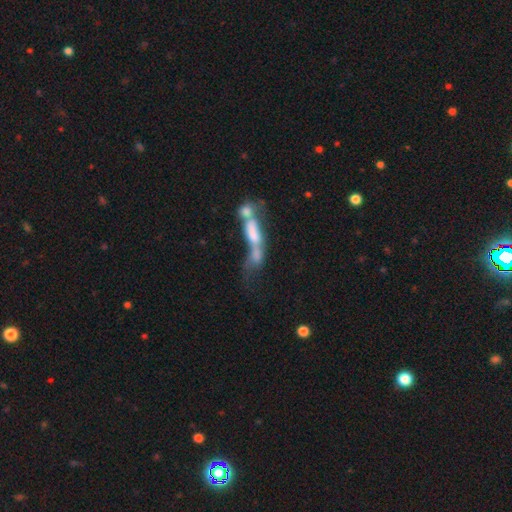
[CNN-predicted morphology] This appears to be a smooth galaxy with no disk features (48%). Merging: merger (71%).